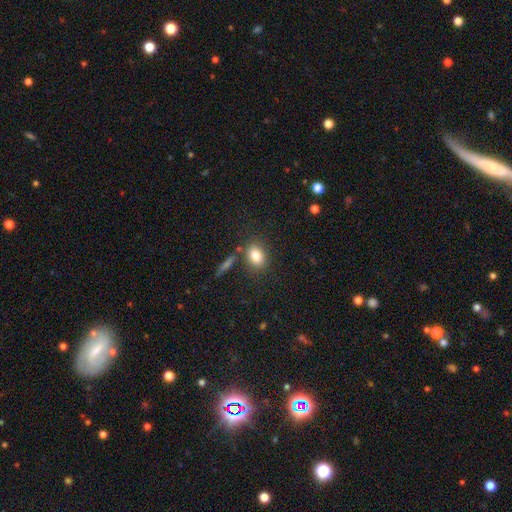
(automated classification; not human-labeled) Smooth or featured? Predicted: smooth (p=0.82). How rounded? Predicted: in between (p=0.67). Merging? Predicted: none (p=0.76).